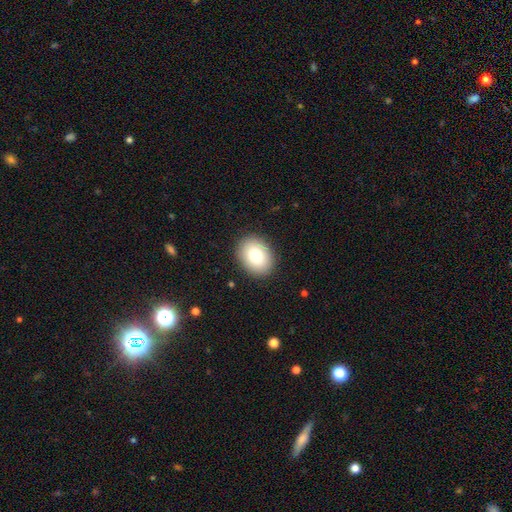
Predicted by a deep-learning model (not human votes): Smooth or featured: smooth — 83% (featured or disk — 10%)
How rounded: in between — 69% (round — 30%)
Merging: none — 89% (minor disturbance — 8%)